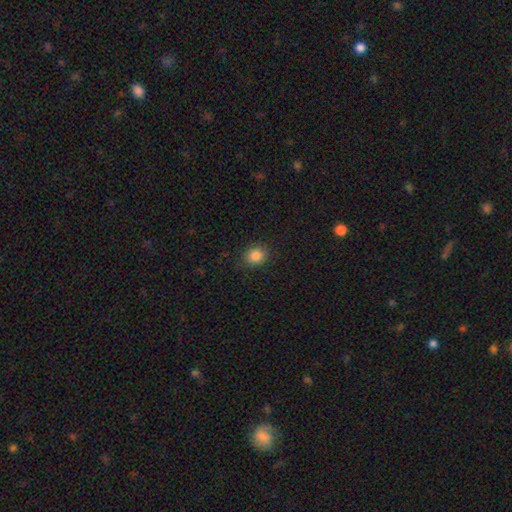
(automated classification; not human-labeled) Smooth or featured? Predicted: smooth (p=0.85). How rounded? Predicted: round (p=0.69). Merging? Predicted: none (p=0.87).